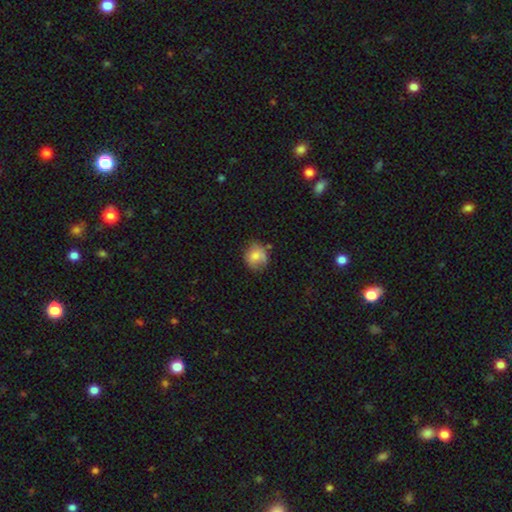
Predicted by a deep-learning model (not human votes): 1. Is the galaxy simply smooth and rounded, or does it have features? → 75% smooth, 16% featured or disk, 9% star or artifact.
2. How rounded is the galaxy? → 77% round, 22% in between, 1% cigar-shaped.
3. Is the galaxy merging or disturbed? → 60% none, 28% minor disturbance, 8% major disturbance, 4% merger.